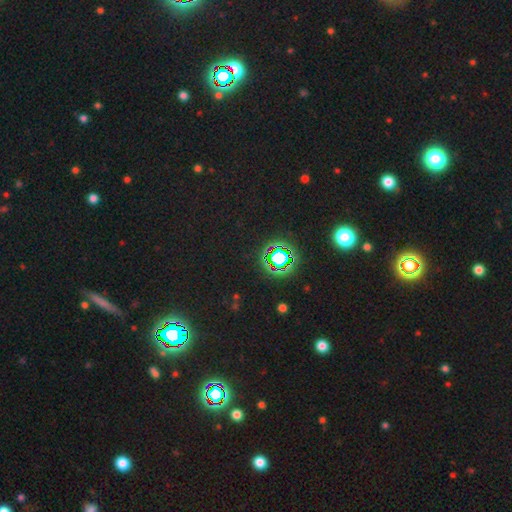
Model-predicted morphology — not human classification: star or artifact 80%, smooth 13%, featured or disk 7%.